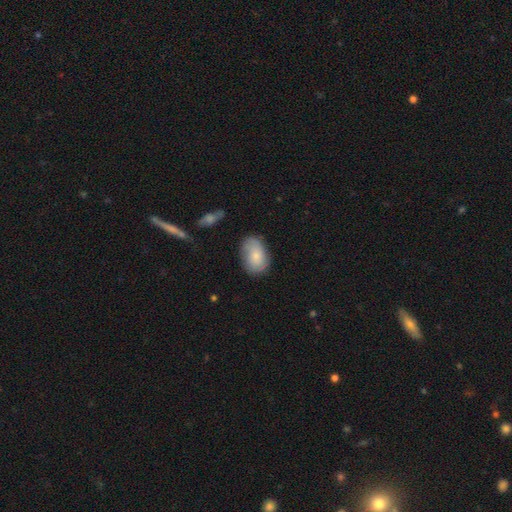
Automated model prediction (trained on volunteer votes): This appears to be a smooth galaxy with no disk features (70%) that is in between round and cigar-shaped (86%). Merging: none (72%).